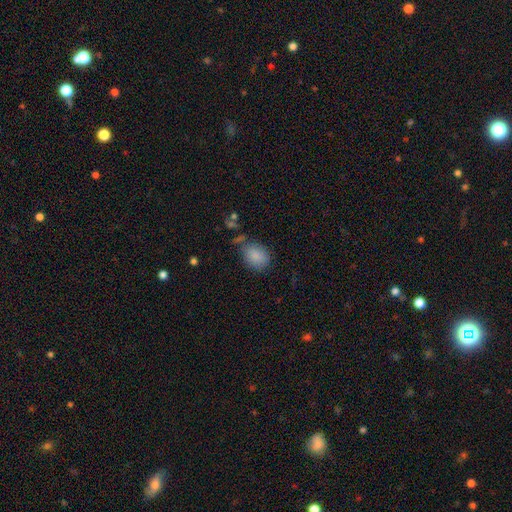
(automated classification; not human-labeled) smooth_or_featured: smooth (p=0.86) [alt: star or artifact p=0.08]
how_rounded: in between (p=0.59) [alt: round p=0.40]
merging: none (p=0.65) [alt: minor disturbance p=0.21]